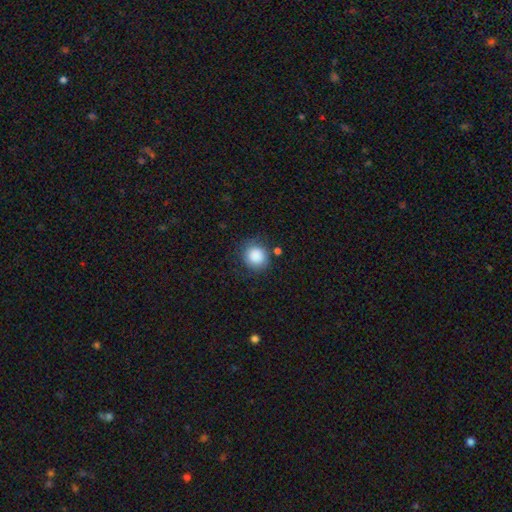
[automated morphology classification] Q: Smooth or featured?
A: smooth (88%); runner-up: star or artifact (8%)
Q: How rounded?
A: round (90%); runner-up: in between (9%)
Q: Merging?
A: none (80%); runner-up: minor disturbance (12%)